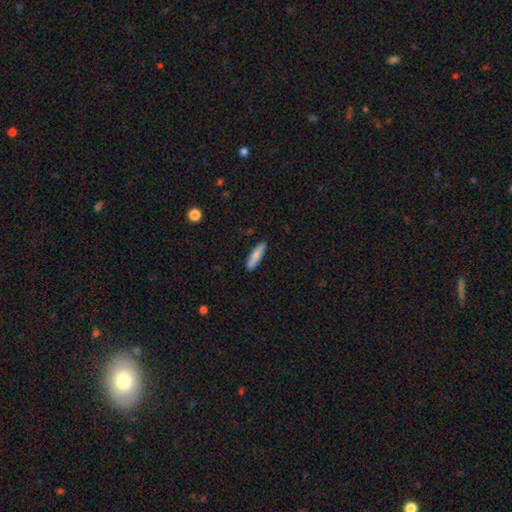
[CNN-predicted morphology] smooth-or-featured: smooth: 80% | featured or disk: 15% | star or artifact: 6%
  how-rounded: cigar-shaped: 79% | in between: 19% | round: 2%
  merging: none: 88% | minor disturbance: 9% | major disturbance: 2% | merger: 1%